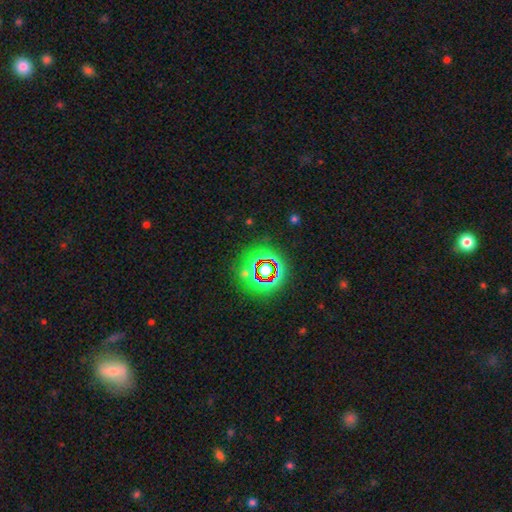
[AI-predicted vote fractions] Smooth or featured: star or artifact — 75% (smooth — 13%)